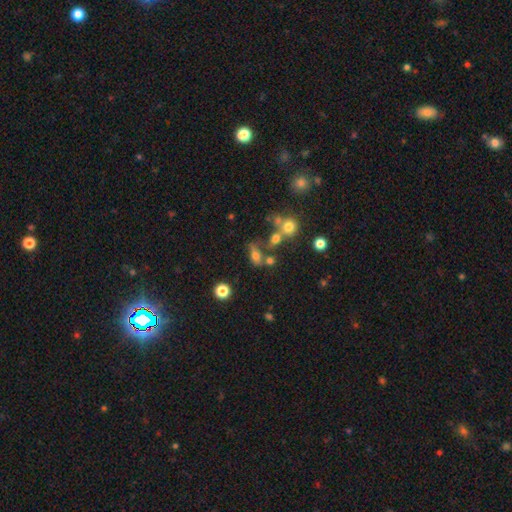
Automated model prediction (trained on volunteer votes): smooth-or-featured: smooth: 64% | featured or disk: 18% | star or artifact: 18%
  how-rounded: in between: 64% | round: 29% | cigar-shaped: 7%
  merging: none: 44% | merger: 26% | minor disturbance: 17% | major disturbance: 13%